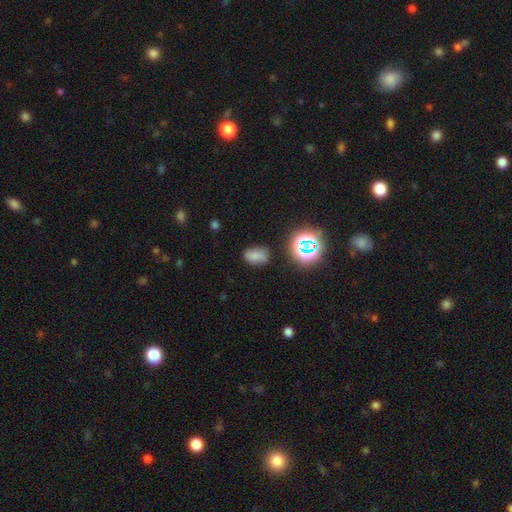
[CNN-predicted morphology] Overall: smooth (67%). How rounded: in between (81%). Merging: none (72%).